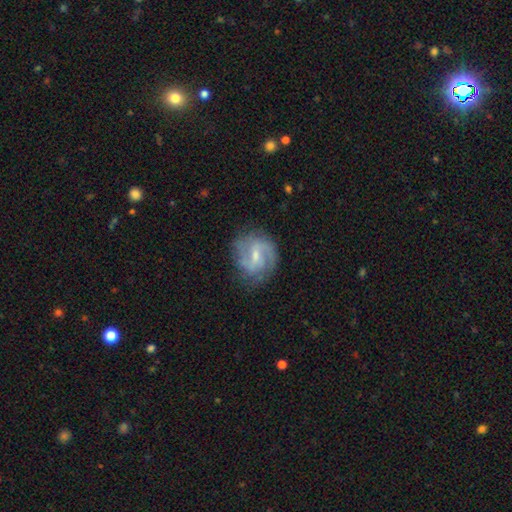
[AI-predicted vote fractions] A featured or disk galaxy (80%) with a weak bar (62%), 2 (70%) medium (49%) spiral arms (93%) and a small central bulge (54%). Merging: none (72%).